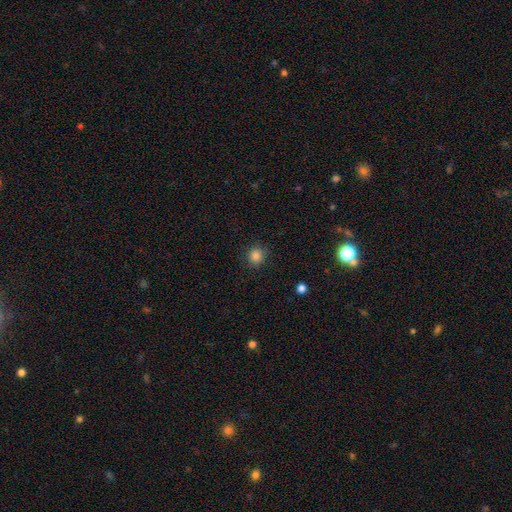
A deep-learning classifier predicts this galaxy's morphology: This is clearly a smooth galaxy (85%). How rounded: clearly round (87%). Merging: clearly none (87%).